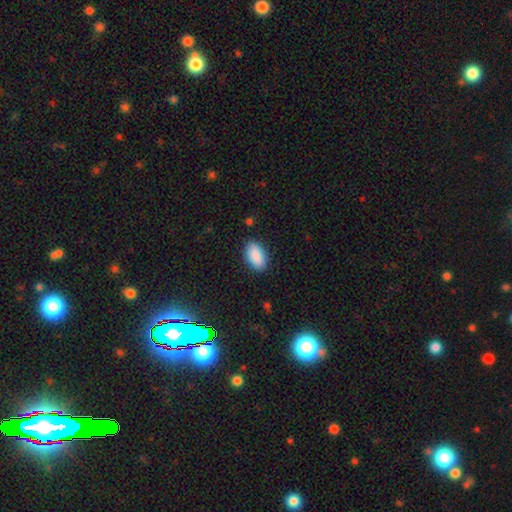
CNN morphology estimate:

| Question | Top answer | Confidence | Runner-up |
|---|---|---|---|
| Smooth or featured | smooth | 90% | star or artifact (6%) |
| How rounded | in between | 94% | round (4%) |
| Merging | none | 87% | minor disturbance (10%) |